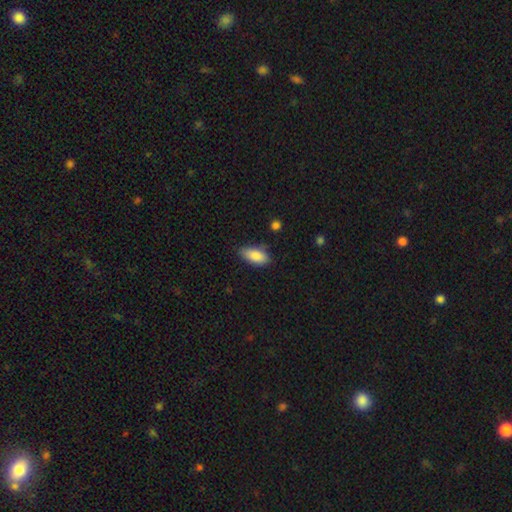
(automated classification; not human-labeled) smooth_or_featured: smooth (p=0.86) [alt: featured or disk p=0.07]
how_rounded: in between (p=0.88) [alt: cigar-shaped p=0.09]
merging: none (p=0.73) [alt: minor disturbance p=0.21]